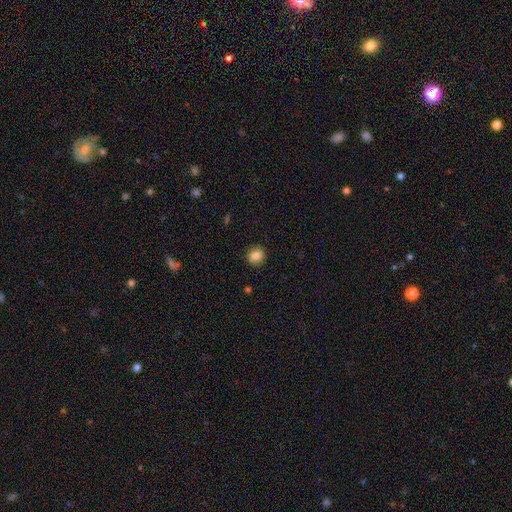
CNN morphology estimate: A smooth galaxy with no disk features (85%) that is round (82%).

Vote fractions:
- Smooth or featured? smooth: 85% / star or artifact: 10% / featured or disk: 6%
- How rounded? round: 82% / in between: 17% / cigar-shaped: 1%
- Merging? none: 90% / minor disturbance: 7% / major disturbance: 2% / merger: 1%